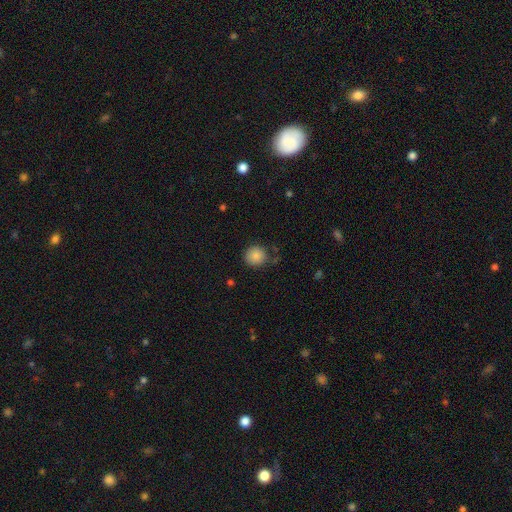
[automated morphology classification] A smooth galaxy with no disk features (85%) that is round (92%). Merging: none (78%).